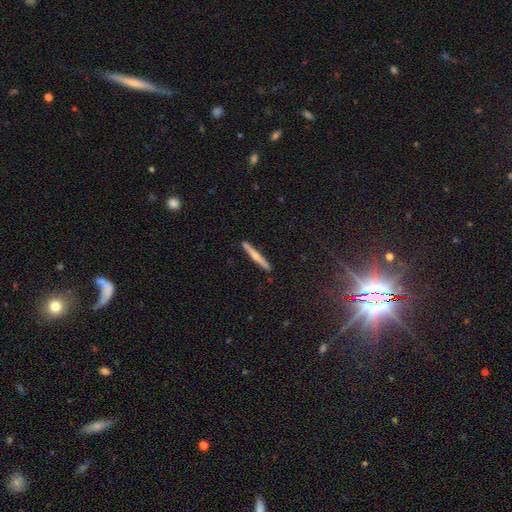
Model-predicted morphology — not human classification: Smooth or featured: featured or disk — 48% (smooth — 46%)
Merging: none — 91% (minor disturbance — 6%)